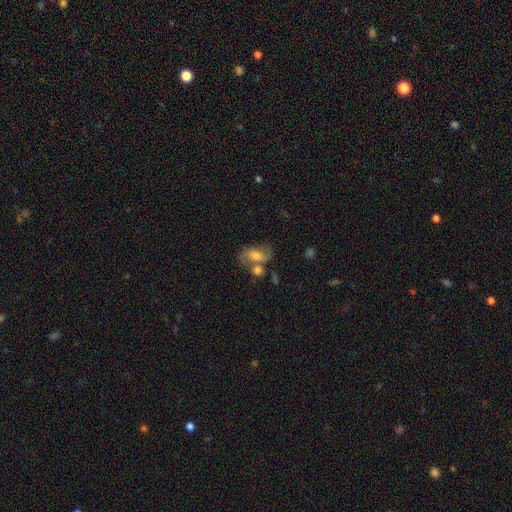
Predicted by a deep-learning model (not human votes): Smooth or featured? featured or disk (47%)
Merging? none (47%)